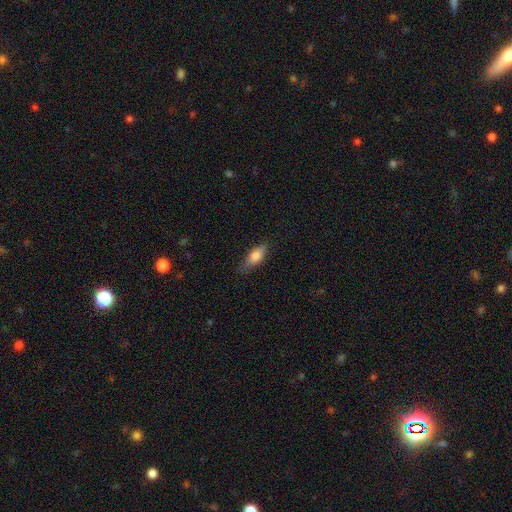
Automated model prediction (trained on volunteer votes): Morphology: type=smooth (76%); roundness=in between (71%); merging=none (73%).